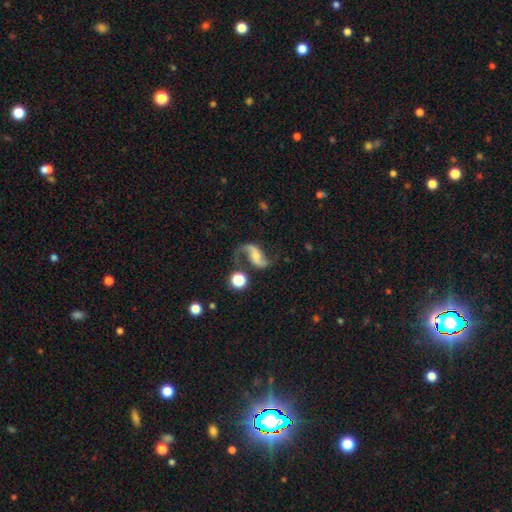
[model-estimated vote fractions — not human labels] The model was most divided on "bar" (2-way tie): weak: 37%, no: 37%, strong: 26%; "bulge size" (2-way tie): small: 32%, none: 32%, moderate: 24%, large: 9%, dominant: 3%. More confident: edge-on disk — no (97%); spiral arms — yes (95%); spiral arm count — 2 (87%); smooth or featured — featured or disk (82%); spiral winding — loose (78%); merging — none (60%).